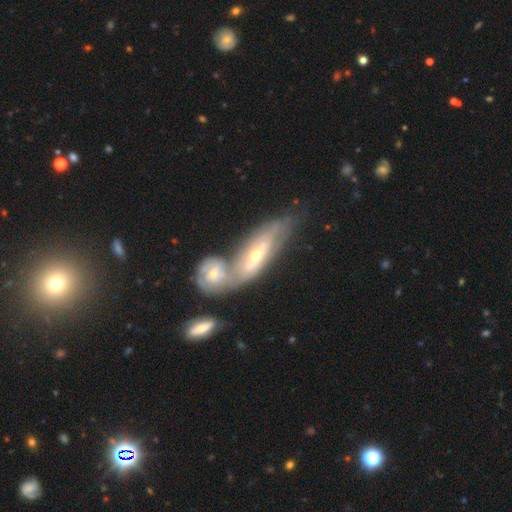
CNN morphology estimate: The model was most divided on "bulge size": moderate: 53%, small: 42%, large: 3%, none: 1%, dominant: 1%. Remaining: edge-on disk — no (77%); spiral arms — yes (71%); smooth or featured — featured or disk (69%); merging — merger (58%); bar — no (49%).